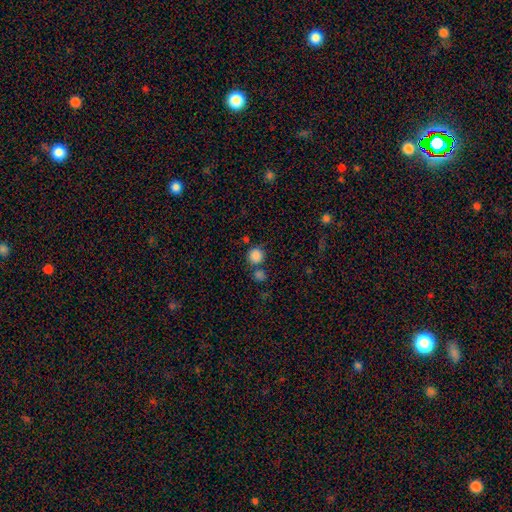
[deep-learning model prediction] smooth 85%, star or artifact 10%, featured or disk 4%. Down the decision tree: how rounded — round (90%); merging — none (67%).